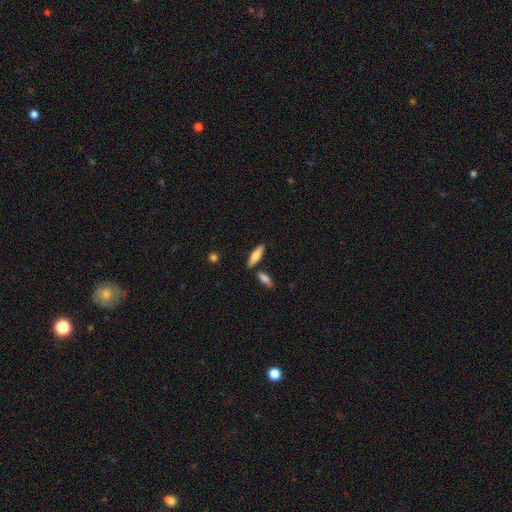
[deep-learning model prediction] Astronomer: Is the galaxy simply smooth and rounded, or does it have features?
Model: smooth — 74%.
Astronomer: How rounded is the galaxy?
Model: cigar-shaped — 55% (runner-up: in between, 43%).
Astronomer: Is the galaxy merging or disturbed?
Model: none — 78%.